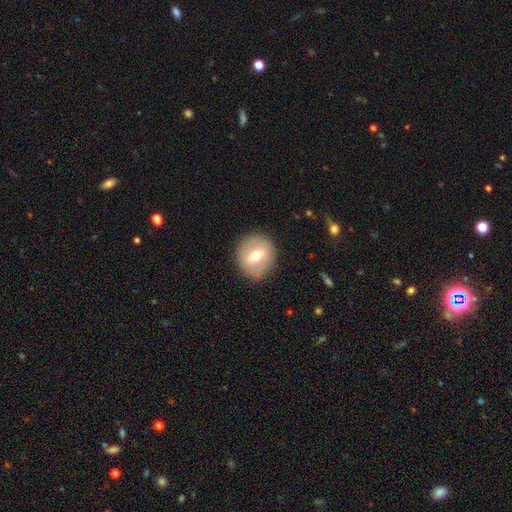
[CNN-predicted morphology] type=smooth (55%); roundness=round (85%); merging=none (87%).